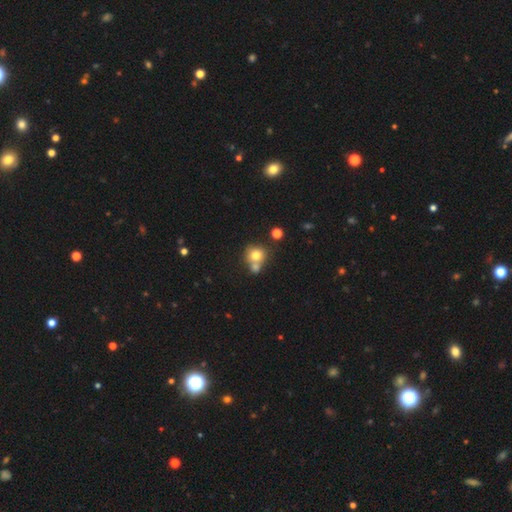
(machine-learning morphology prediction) type=smooth (75%); roundness=round (84%); merging=none (45%).